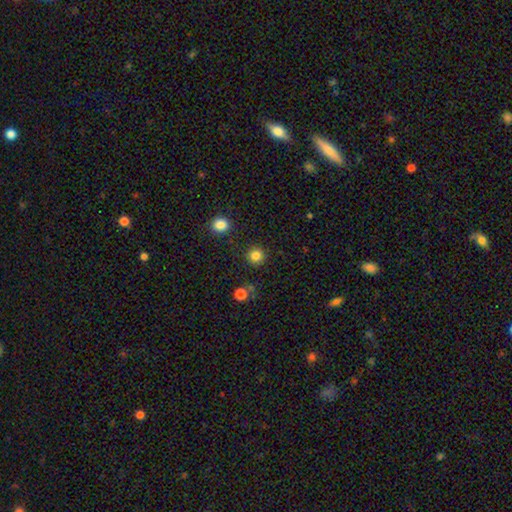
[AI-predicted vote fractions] smooth 84%, star or artifact 12%, featured or disk 4%. Down the decision tree: how rounded — round (94%); merging — none (89%).